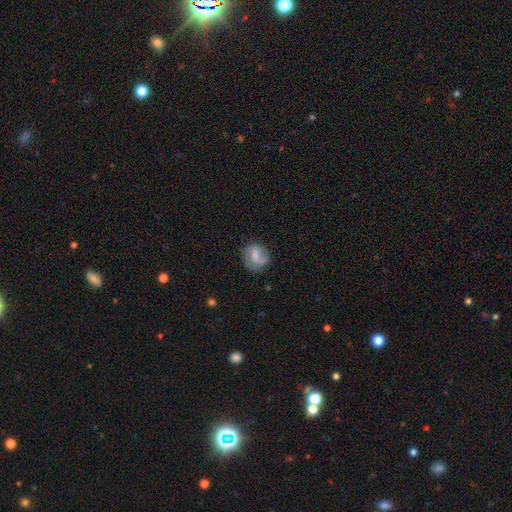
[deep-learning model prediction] smooth-or-featured: smooth: 58% | featured or disk: 34% | star or artifact: 8%
  how-rounded: round: 71% | in between: 27% | cigar-shaped: 1%
  merging: none: 66% | minor disturbance: 22% | major disturbance: 9% | merger: 3%